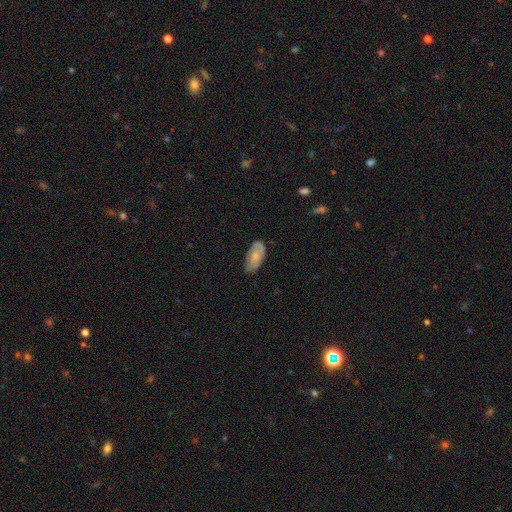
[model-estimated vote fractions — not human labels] smooth-or-featured: smooth: 62% | featured or disk: 32% | star or artifact: 7%
  how-rounded: in between: 93% | cigar-shaped: 4% | round: 4%
  merging: none: 66% | minor disturbance: 27% | major disturbance: 5% | merger: 1%